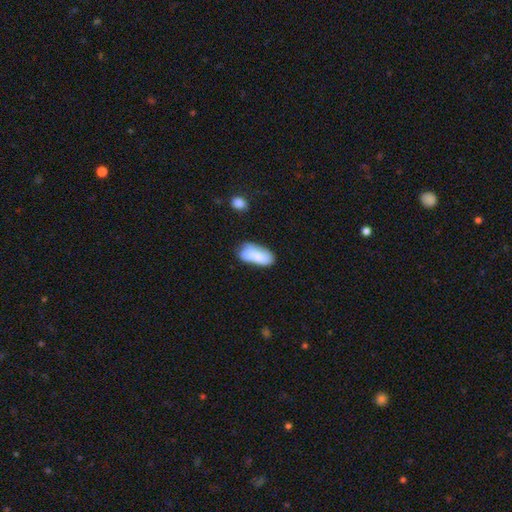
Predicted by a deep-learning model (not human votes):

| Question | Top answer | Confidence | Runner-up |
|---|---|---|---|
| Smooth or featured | smooth | 75% | featured or disk (18%) |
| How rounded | in between | 88% | cigar-shaped (10%) |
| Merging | none | 52% | minor disturbance (30%) |